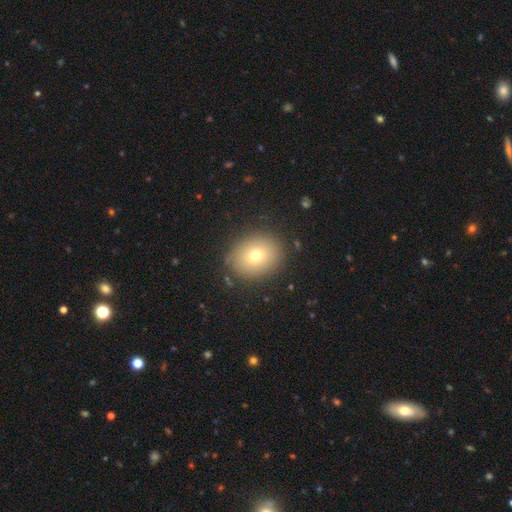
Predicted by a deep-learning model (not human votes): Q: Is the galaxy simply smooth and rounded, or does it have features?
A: smooth — 71%.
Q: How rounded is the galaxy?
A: round — 60%.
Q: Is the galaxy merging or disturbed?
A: none — 88%.